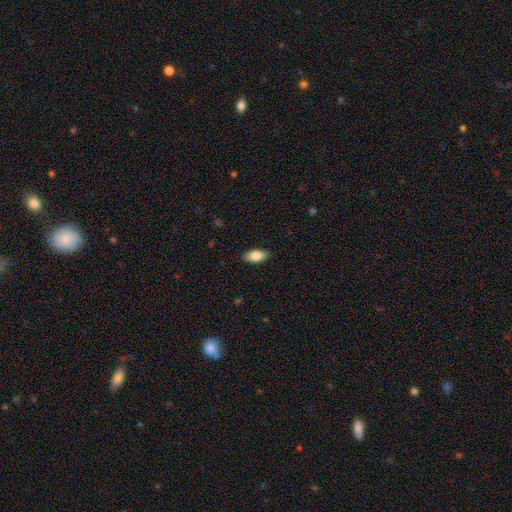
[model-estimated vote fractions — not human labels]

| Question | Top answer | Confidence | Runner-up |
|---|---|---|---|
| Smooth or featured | smooth | 85% | featured or disk (9%) |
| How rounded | in between | 91% | cigar-shaped (6%) |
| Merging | none | 89% | minor disturbance (8%) |